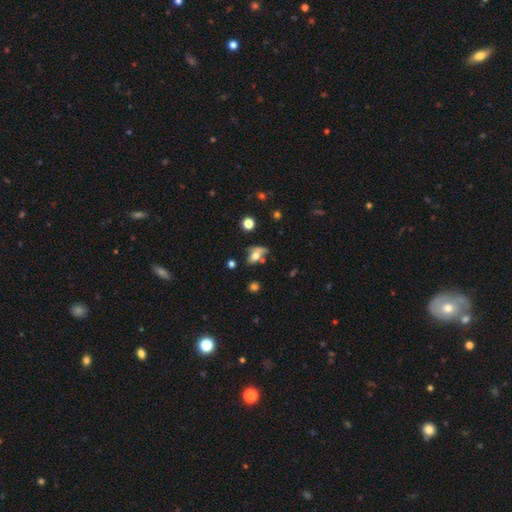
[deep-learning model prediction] Smooth or featured?
  - smooth: 58% *
  - featured or disk: 29%
  - star or artifact: 12%
How rounded?
  - in between: 72% *
  - round: 19%
  - cigar-shaped: 9%
Merging?
  - none: 35% *
  - minor disturbance: 23%
  - merger: 22%
  - major disturbance: 20%